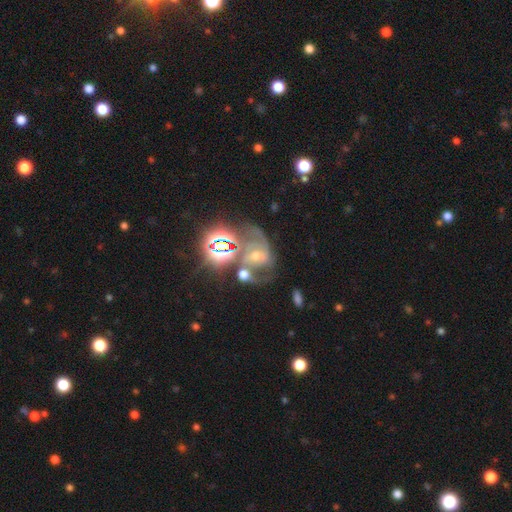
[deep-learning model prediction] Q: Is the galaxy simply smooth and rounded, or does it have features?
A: featured or disk — 62%.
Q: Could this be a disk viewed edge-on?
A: no — 97%.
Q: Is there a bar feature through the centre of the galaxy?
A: no — 41%.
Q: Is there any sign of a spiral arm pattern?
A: yes — 90%.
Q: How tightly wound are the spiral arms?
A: medium — 52%.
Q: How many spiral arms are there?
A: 2 — 70%.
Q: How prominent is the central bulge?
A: moderate — 46%.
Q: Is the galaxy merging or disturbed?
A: none — 40%.